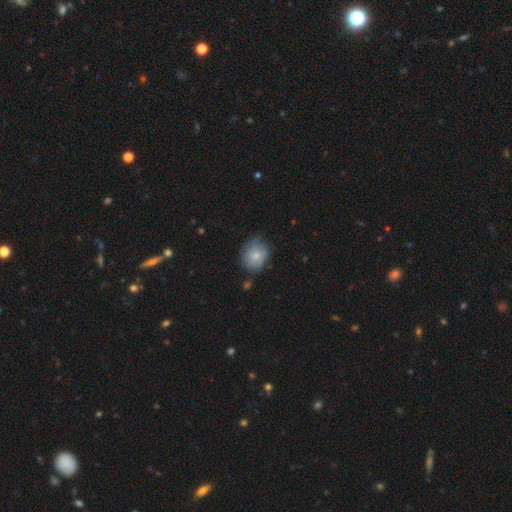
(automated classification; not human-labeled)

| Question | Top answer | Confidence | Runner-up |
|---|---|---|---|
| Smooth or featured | smooth | 77% | featured or disk (16%) |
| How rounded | round | 66% | in between (33%) |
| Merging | none | 67% | minor disturbance (25%) |